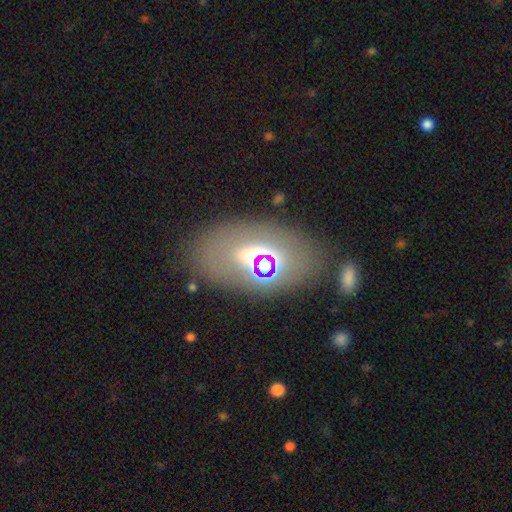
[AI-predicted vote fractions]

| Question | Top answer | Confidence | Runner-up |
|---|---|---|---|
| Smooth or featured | smooth | 42% | featured or disk (32%) |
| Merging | none | 71% | minor disturbance (15%) |